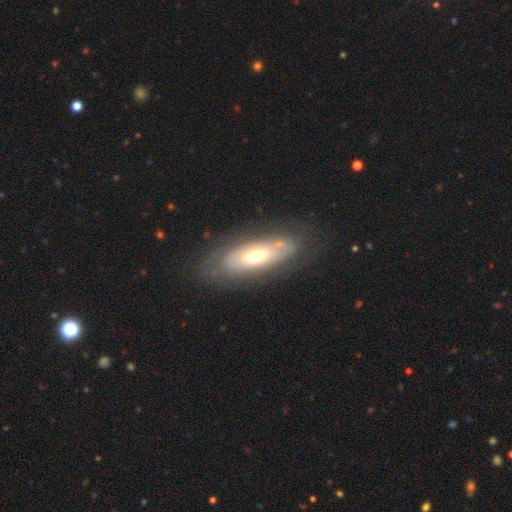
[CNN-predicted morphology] Smooth or featured? featured or disk (55%)
Edge-on disk? no (75%)
Merging? none (72%)